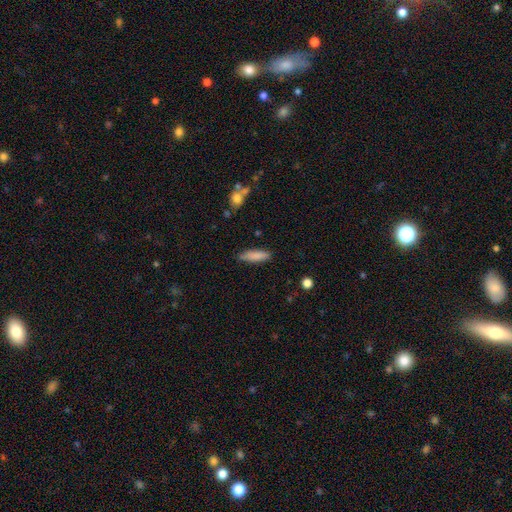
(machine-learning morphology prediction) Overall: smooth (85%). How rounded: cigar-shaped (62%; in between 37%). Merging: none (82%).